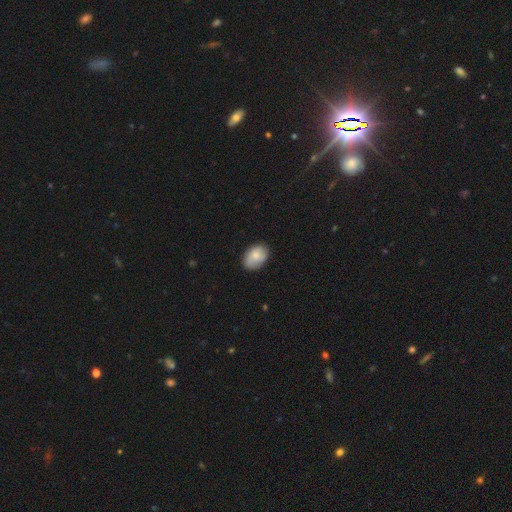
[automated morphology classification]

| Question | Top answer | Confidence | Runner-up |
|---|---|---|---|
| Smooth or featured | smooth | 80% | featured or disk (13%) |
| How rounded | in between | 81% | round (18%) |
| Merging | none | 76% | minor disturbance (19%) |